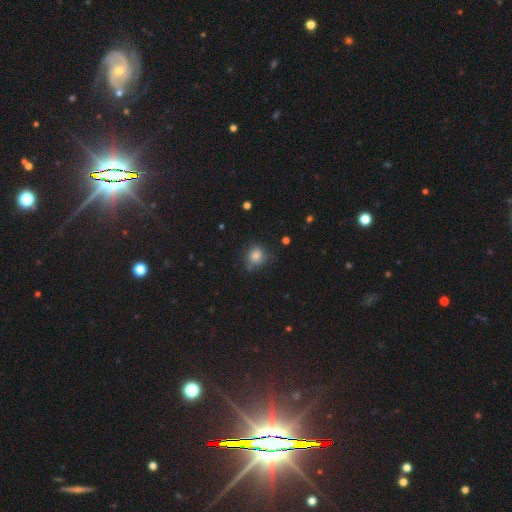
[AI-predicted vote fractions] smooth-or-featured: smooth: 79% | star or artifact: 11% | featured or disk: 10%
  how-rounded: round: 79% | in between: 20% | cigar-shaped: 1%
  merging: none: 65% | minor disturbance: 25% | major disturbance: 7% | merger: 2%